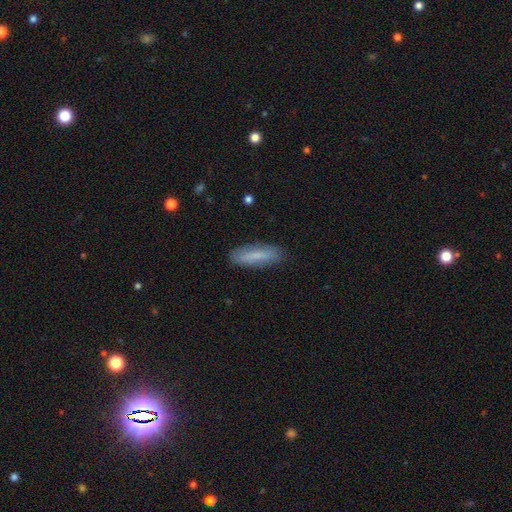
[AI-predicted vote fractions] A smooth galaxy with no disk features (74%) that is cigar-shaped (65%). Merging: none (83%).